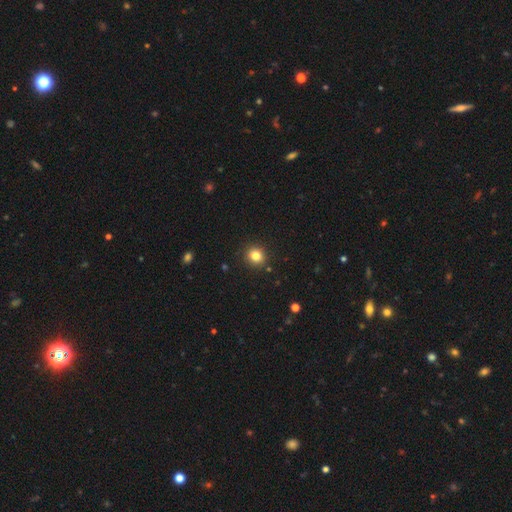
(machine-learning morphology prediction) smooth 82%, star or artifact 12%, featured or disk 6%. Down the decision tree: how rounded — round (85%); merging — none (91%).